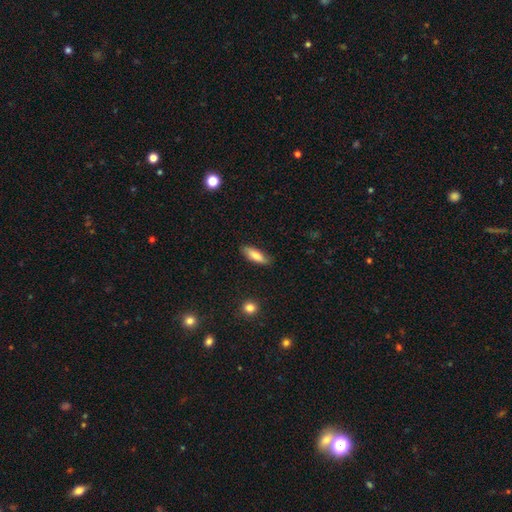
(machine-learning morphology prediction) Smooth or featured? Predicted: smooth (p=0.81). How rounded? Predicted: in between (p=0.56). Merging? Predicted: none (p=0.84).